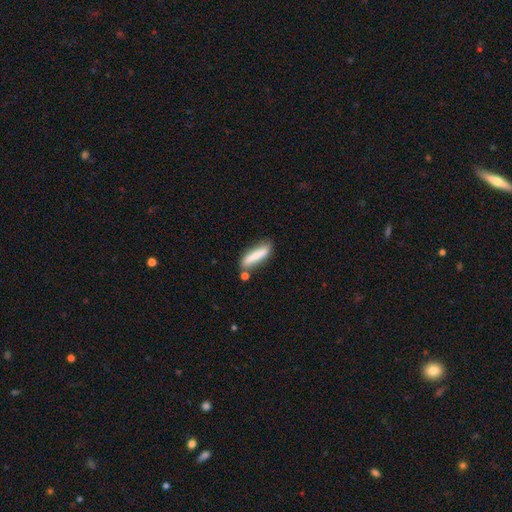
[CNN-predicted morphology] Overall: smooth (77%). How rounded: cigar-shaped (77%). Merging: none (64%).